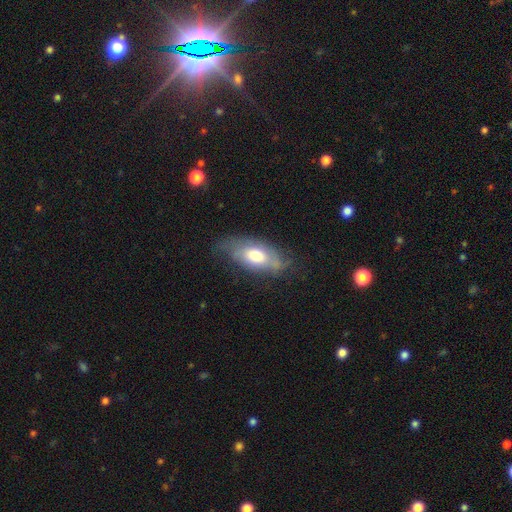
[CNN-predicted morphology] The model was most divided on "smooth or featured": featured or disk: 48%, smooth: 45%, star or artifact: 7%. More confident: merging — none (56%).